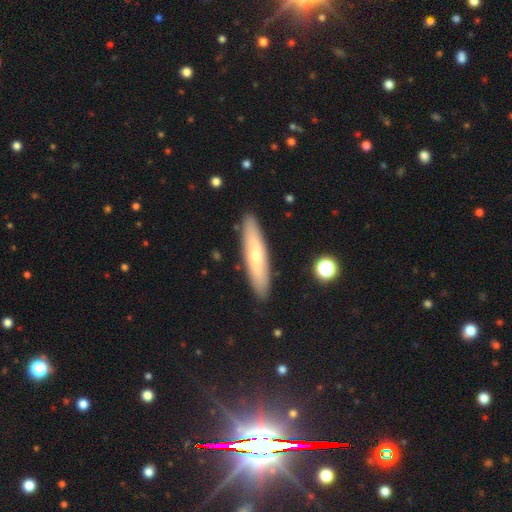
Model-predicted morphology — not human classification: A smooth galaxy with no disk features (52%) that is cigar-shaped (81%). Merging: none (89%).